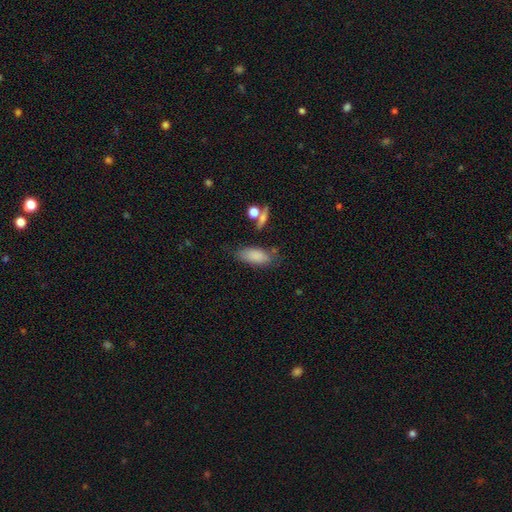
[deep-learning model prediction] smooth-or-featured: smooth: 83% | star or artifact: 9% | featured or disk: 9%
  how-rounded: in between: 83% | cigar-shaped: 14% | round: 3%
  merging: none: 64% | minor disturbance: 22% | major disturbance: 7% | merger: 7%